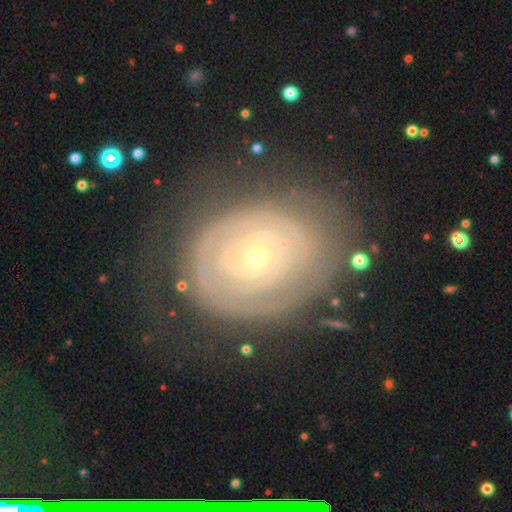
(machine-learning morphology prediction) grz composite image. It shows a featured or disk galaxy (79%) with no bar (80%), tight (82%) spiral arms (73%) and a small central bulge (78%). Merging: none (70%).